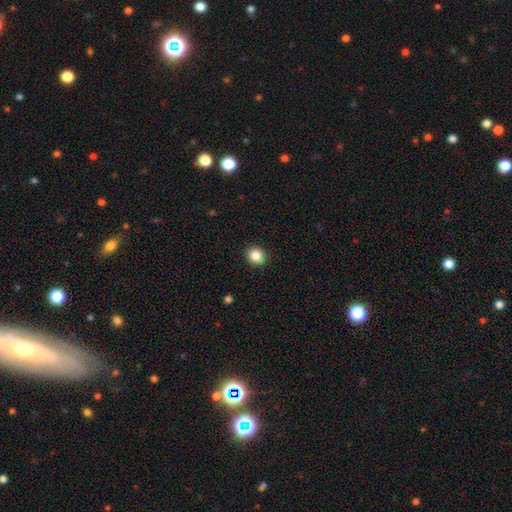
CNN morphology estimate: A smooth galaxy with no disk features (86%) that is round (80%). Merging: none (92%).